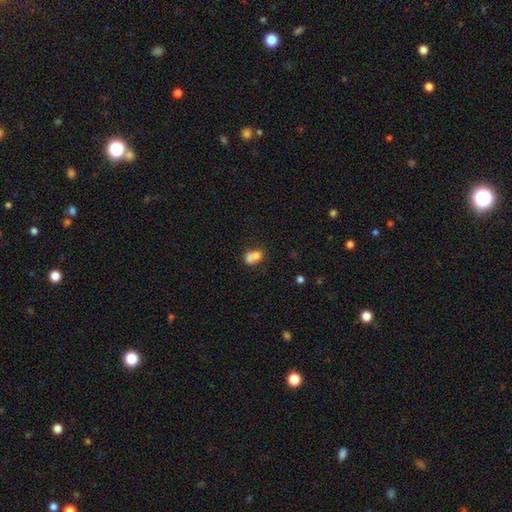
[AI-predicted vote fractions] smooth 70%, featured or disk 19%, star or artifact 11%. Down the decision tree: how rounded — round (50%); merging — merger (65%).